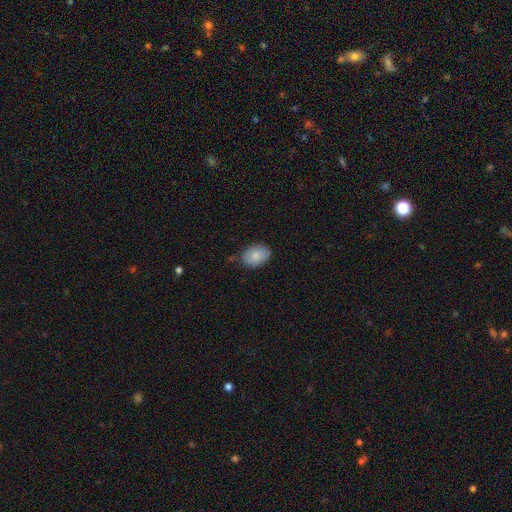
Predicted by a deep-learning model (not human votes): The model was most divided on "how rounded": in between: 79%, round: 20%, cigar-shaped: 1%. More confident: smooth or featured — smooth (84%); merging — none (79%).